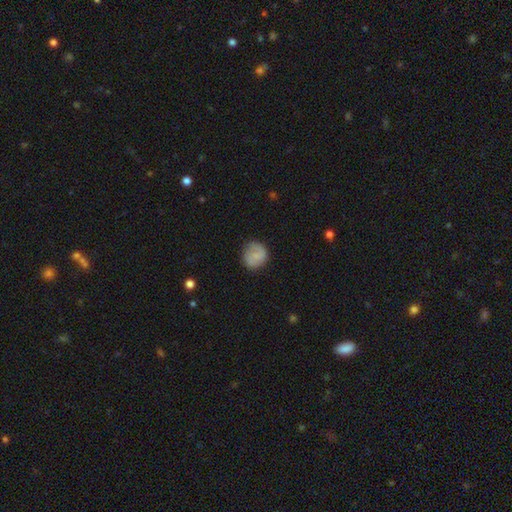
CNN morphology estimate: smooth_or_featured: smooth (p=0.72) [alt: featured or disk p=0.20]
how_rounded: round (p=0.85) [alt: in between p=0.14]
merging: none (p=0.75) [alt: minor disturbance p=0.18]